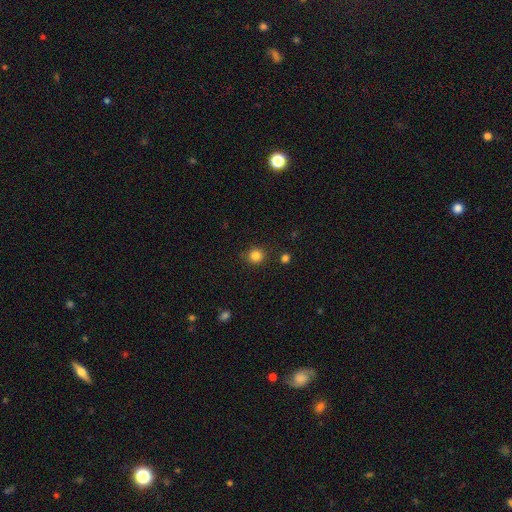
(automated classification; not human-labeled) Morphology: type=smooth (84%); roundness=round (92%); merging=none (87%).